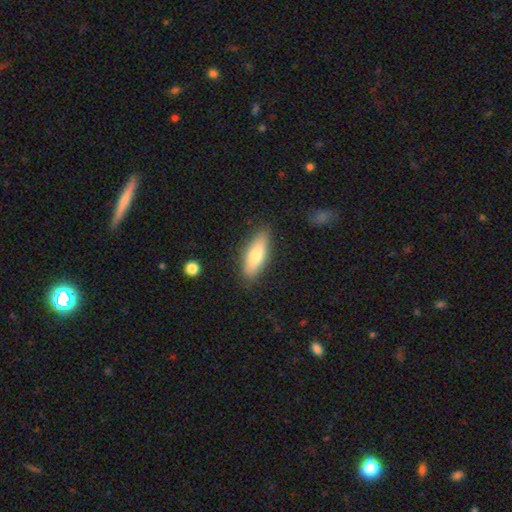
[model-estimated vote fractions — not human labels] Q: Smooth or featured?
A: smooth (70%); runner-up: featured or disk (23%)
Q: How rounded?
A: in between (58%); runner-up: cigar-shaped (40%)
Q: Merging?
A: none (86%); runner-up: minor disturbance (11%)